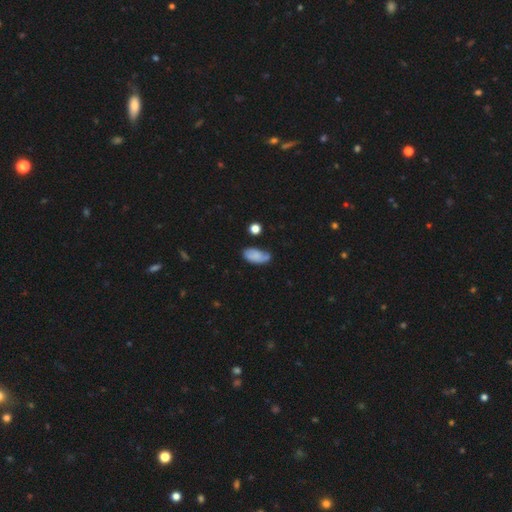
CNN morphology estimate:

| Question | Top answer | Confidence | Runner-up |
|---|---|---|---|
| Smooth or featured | smooth | 74% | featured or disk (17%) |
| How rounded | in between | 91% | round (5%) |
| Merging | none | 47% | minor disturbance (32%) |